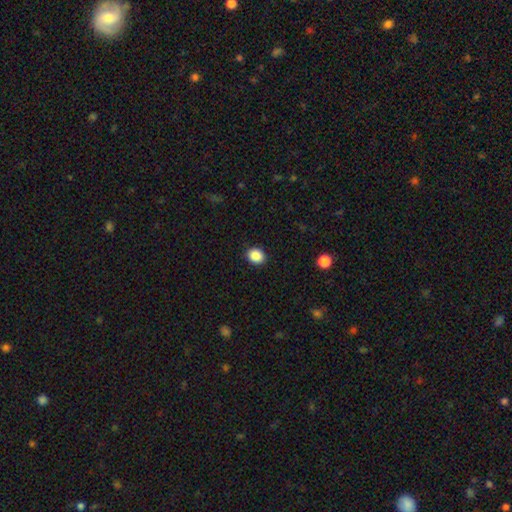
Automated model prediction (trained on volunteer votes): A smooth galaxy with no disk features (89%) that is round (60%).

Vote fractions:
- Smooth or featured? smooth: 89% / star or artifact: 9% / featured or disk: 3%
- How rounded? round: 60% / in between: 39% / cigar-shaped: 1%
- Merging? none: 91% / minor disturbance: 6% / major disturbance: 2% / merger: 1%